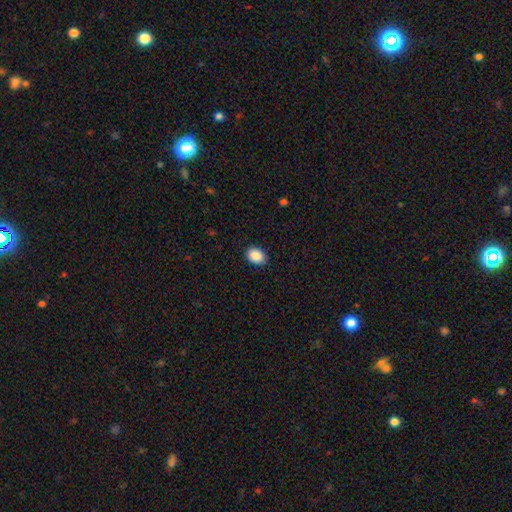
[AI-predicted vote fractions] A smooth galaxy with no disk features (90%) that is in between round and cigar-shaped (76%).

Vote fractions:
- Smooth or featured? smooth: 90% / star or artifact: 7% / featured or disk: 3%
- How rounded? in between: 76% / round: 23% / cigar-shaped: 1%
- Merging? none: 88% / minor disturbance: 9% / major disturbance: 2% / merger: 1%